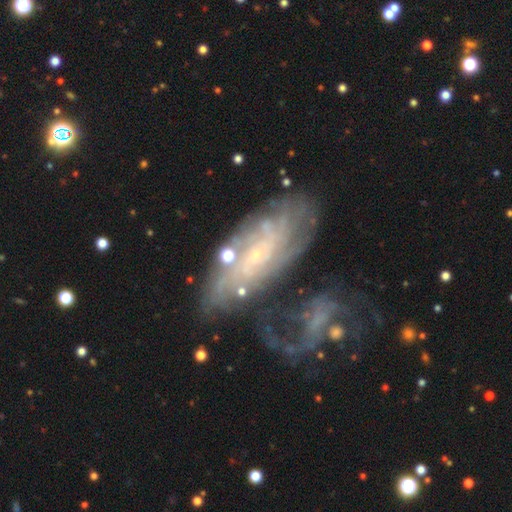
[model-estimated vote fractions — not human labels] Smooth or featured? Predicted: featured or disk (p=0.77). Edge-on disk? Predicted: no (p=0.90). Bar? Predicted: no (p=0.59). Spiral arms? Predicted: yes (p=0.86). Spiral winding? Predicted: tight (p=0.54). Spiral arm count? Predicted: can't tell (p=0.53). Bulge size? Predicted: small (p=0.76). Merging? Predicted: none (p=0.45).